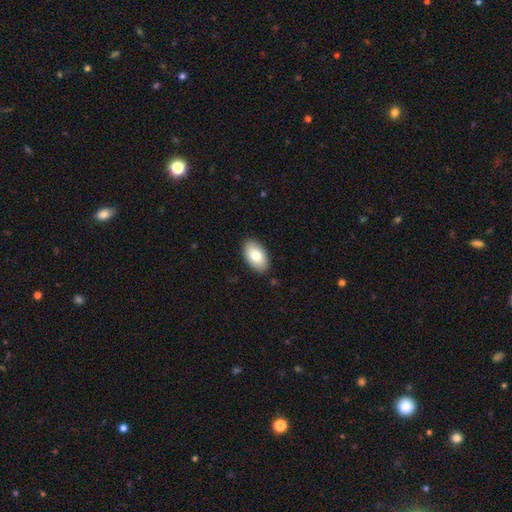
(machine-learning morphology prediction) type=smooth (79%); roundness=in between (94%); merging=none (88%).